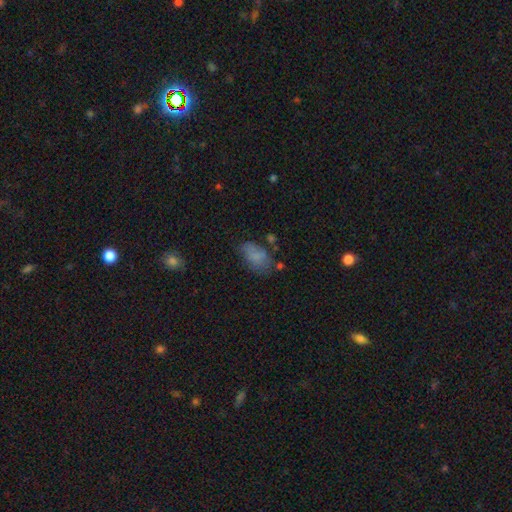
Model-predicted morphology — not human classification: Smooth or featured? Predicted: smooth (p=0.75). How rounded? Predicted: in between (p=0.91). Merging? Predicted: none (p=0.52).